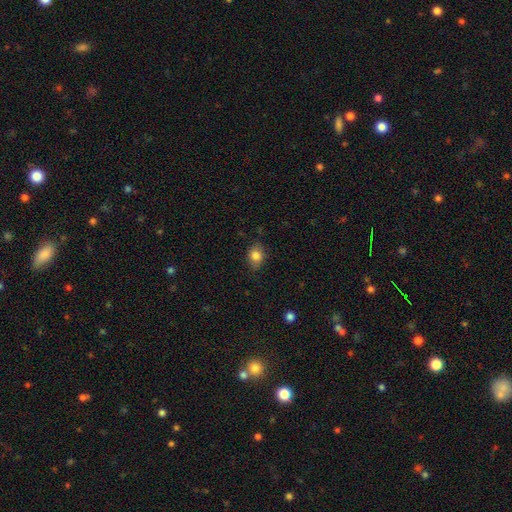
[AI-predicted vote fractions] Smooth or featured: smooth — 83% (star or artifact — 9%)
How rounded: in between — 56% (round — 43%)
Merging: none — 78% (minor disturbance — 17%)